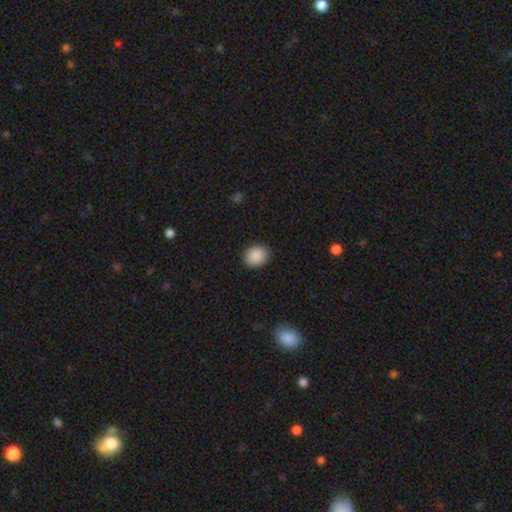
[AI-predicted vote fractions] Smooth or featured? Predicted: smooth (p=0.89). How rounded? Predicted: round (p=0.59). Merging? Predicted: none (p=0.89).